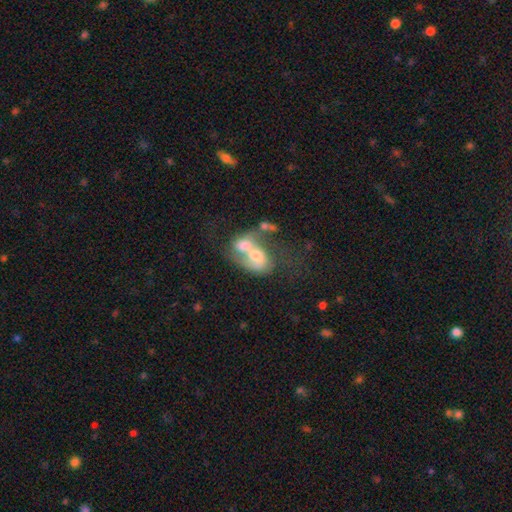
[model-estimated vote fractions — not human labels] Smooth or featured?
  - featured or disk: 48% *
  - smooth: 44%
  - star or artifact: 9%
Merging?
  - merger: 77% *
  - major disturbance: 9%
  - none: 9%
  - minor disturbance: 5%